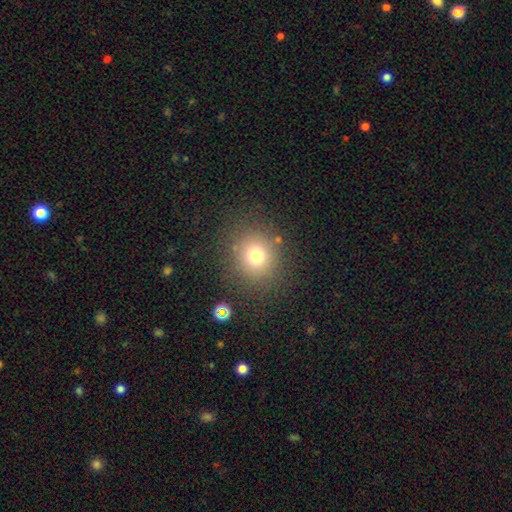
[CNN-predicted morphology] Smooth or featured: smooth — 73% (star or artifact — 16%)
How rounded: round — 84% (in between — 15%)
Merging: none — 83% (minor disturbance — 9%)